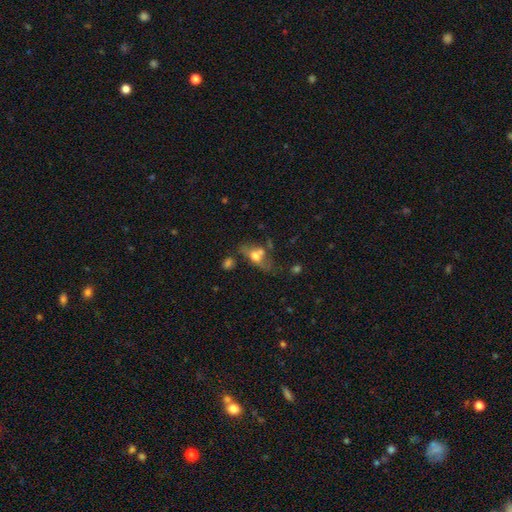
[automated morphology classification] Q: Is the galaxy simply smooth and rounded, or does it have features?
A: smooth — 52%.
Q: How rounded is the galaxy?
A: in between — 73%.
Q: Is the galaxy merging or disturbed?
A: none — 34%.